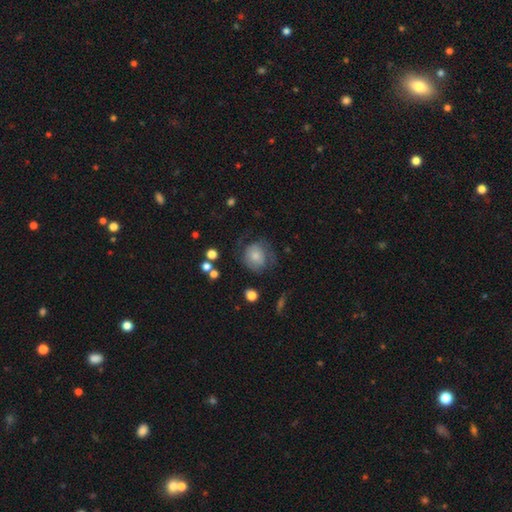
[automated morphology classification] Overall: smooth (59%; featured or disk 32%). How rounded: round (75%). Merging: none (49%; minor disturbance 25%).